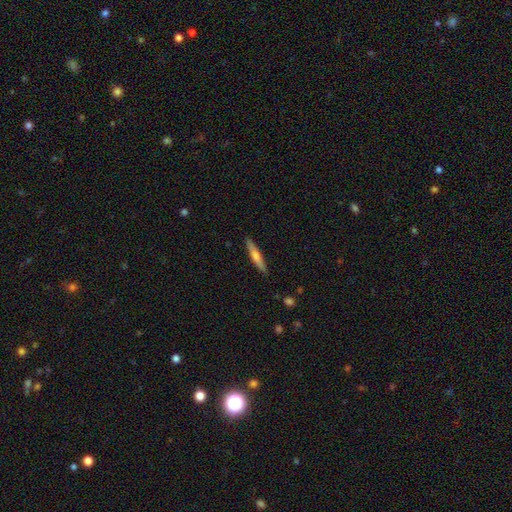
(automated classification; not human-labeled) This is possibly a smooth galaxy (52%). How rounded: clearly cigar-shaped (91%). Merging: clearly none (90%).